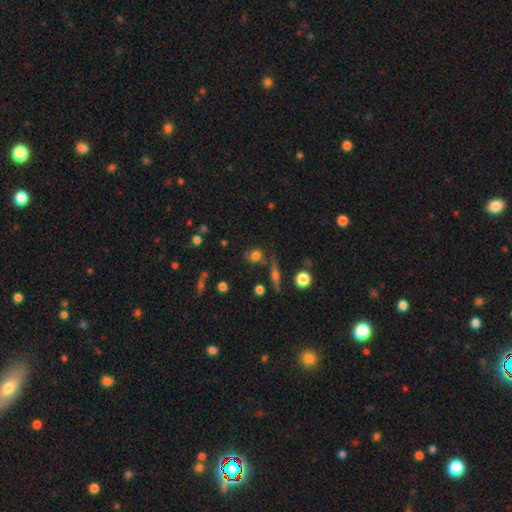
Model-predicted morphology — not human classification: A smooth galaxy with no disk features (69%) that is round (76%).

Vote fractions:
- Smooth or featured? smooth: 69% / star or artifact: 15% / featured or disk: 15%
- How rounded? round: 76% / in between: 21% / cigar-shaped: 3%
- Merging? none: 70% / minor disturbance: 15% / merger: 9% / major disturbance: 6%